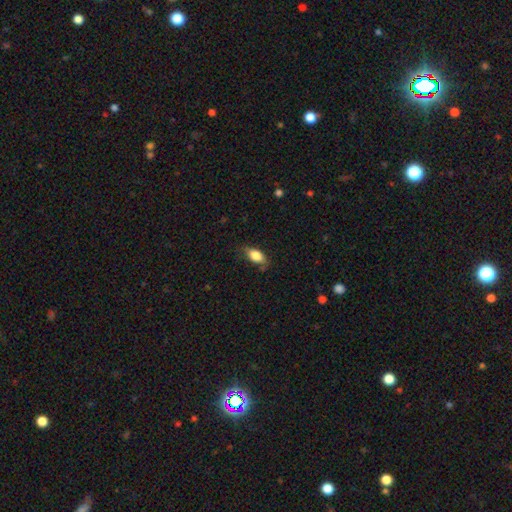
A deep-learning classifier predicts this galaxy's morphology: smooth 80%, featured or disk 12%, star or artifact 7%. Down the decision tree: how rounded — in between (87%); merging — none (67%).